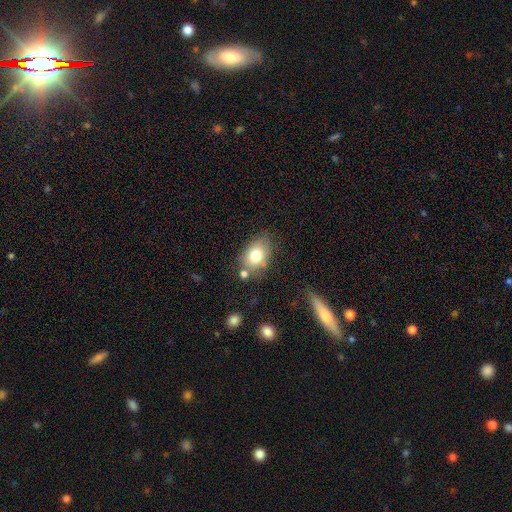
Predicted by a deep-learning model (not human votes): The model was most divided on "merging": none: 66%, minor disturbance: 19%, merger: 10%, major disturbance: 6%. More confident: how rounded — in between (78%); smooth or featured — smooth (76%).